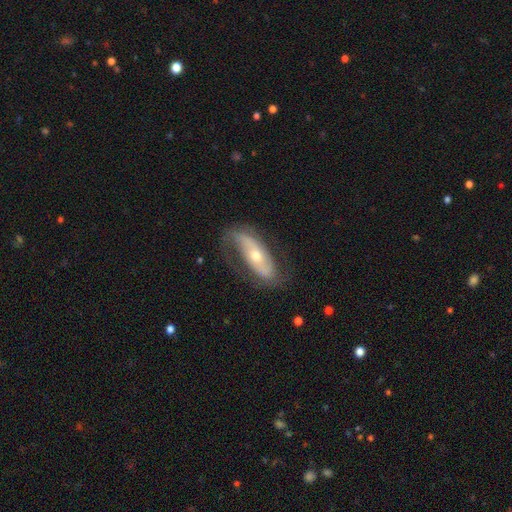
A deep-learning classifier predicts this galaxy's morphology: type=featured or disk (76%); edge-on=no (87%); bar=no (53%); spiral arms=yes (86%); winding=loose (44%); arm count=2 (76%); bulge=moderate (50%); merging=none (64%).